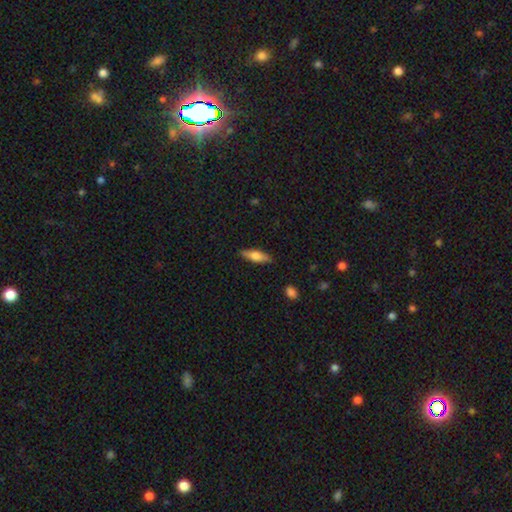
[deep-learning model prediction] The model was most divided on "how rounded": cigar-shaped: 49%, in between: 48%, round: 2%. More confident: merging — none (87%); smooth or featured — smooth (65%).